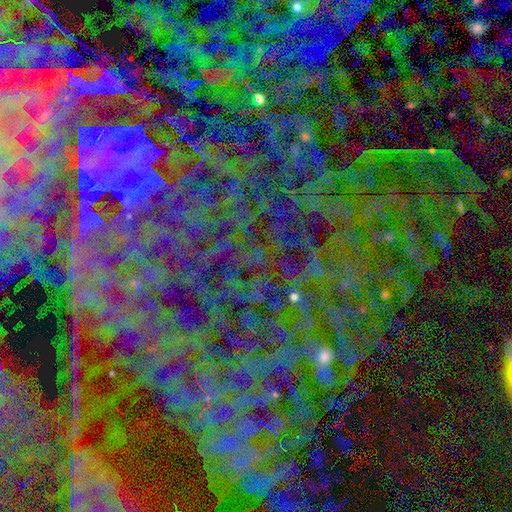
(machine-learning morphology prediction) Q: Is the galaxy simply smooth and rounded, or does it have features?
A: star or artifact — 81%.